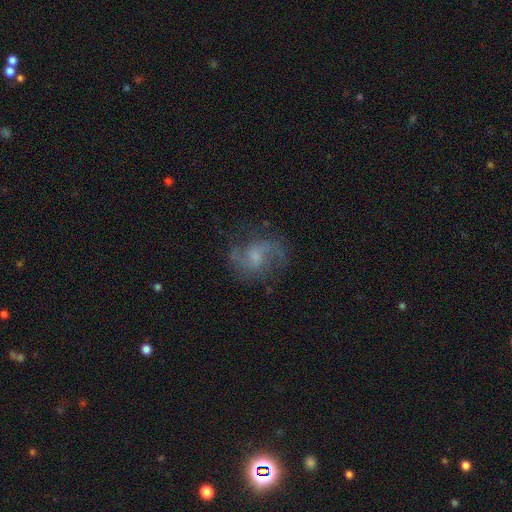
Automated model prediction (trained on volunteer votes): A featured or disk galaxy (81%) with a weak bar (47%), 2 (87%) medium (48%) spiral arms (95%) and a small central bulge (42%).

Vote fractions:
- Smooth or featured? featured or disk: 81% / smooth: 11% / star or artifact: 8%
- Edge-on disk? no: 98% / yes: 2%
- Bar? weak: 47% / no: 46% / strong: 7%
- Spiral arms? yes: 95% / no: 5%
- Spiral winding? medium: 48% / loose: 40% / tight: 11%
- Spiral arm count? 2: 87% / can't tell: 5% / 3: 3% / 1: 2% / 4: 1% / more than 4: 1%
- Bulge size? small: 42% / moderate: 32% / none: 20% / large: 5% / dominant: 1%
- Merging? none: 72% / minor disturbance: 17% / major disturbance: 10% / merger: 1%